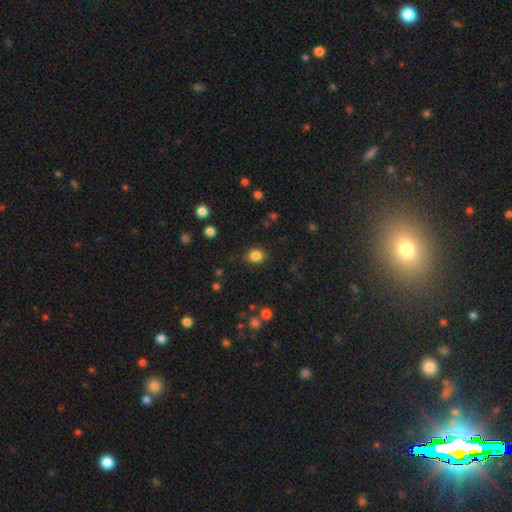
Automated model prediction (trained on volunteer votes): Smooth or featured: smooth — 84% (star or artifact — 11%)
How rounded: round — 63% (in between — 37%)
Merging: none — 84% (minor disturbance — 11%)